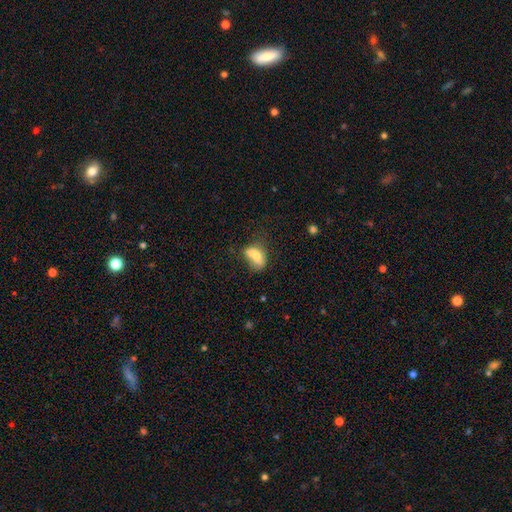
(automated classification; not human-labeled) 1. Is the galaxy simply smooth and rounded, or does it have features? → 64% smooth, 26% featured or disk, 9% star or artifact.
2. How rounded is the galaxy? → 80% in between, 17% round, 3% cigar-shaped.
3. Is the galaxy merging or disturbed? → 32% none, 31% merger, 23% minor disturbance, 14% major disturbance.